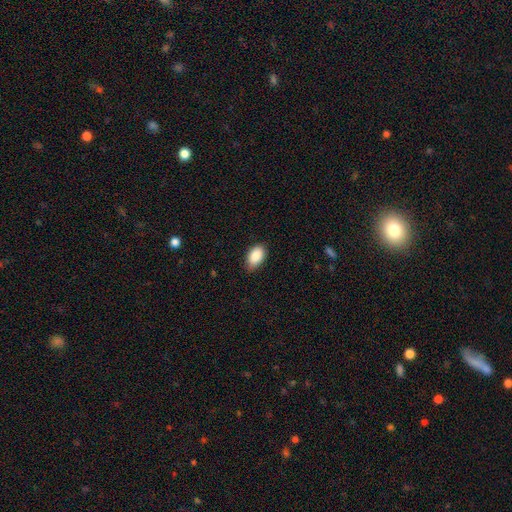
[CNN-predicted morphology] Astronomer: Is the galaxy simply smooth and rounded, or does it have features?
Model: smooth — 88%.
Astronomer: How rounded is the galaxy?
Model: in between — 92%.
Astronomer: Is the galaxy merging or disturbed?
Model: none — 79%.